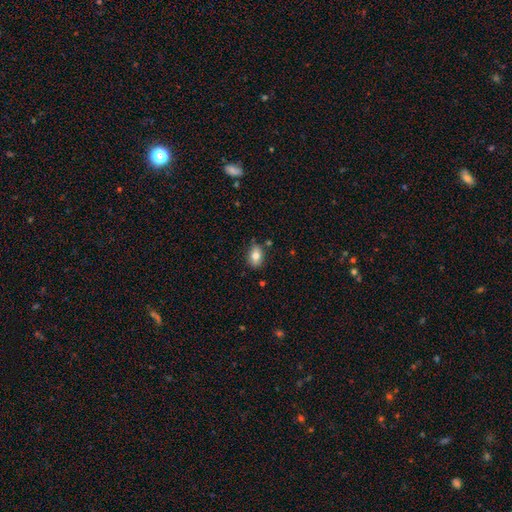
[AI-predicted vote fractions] Smooth or featured?
  - smooth: 79% *
  - featured or disk: 13%
  - star or artifact: 9%
How rounded?
  - in between: 82% *
  - round: 16%
  - cigar-shaped: 3%
Merging?
  - none: 80% *
  - minor disturbance: 14%
  - merger: 3%
  - major disturbance: 3%